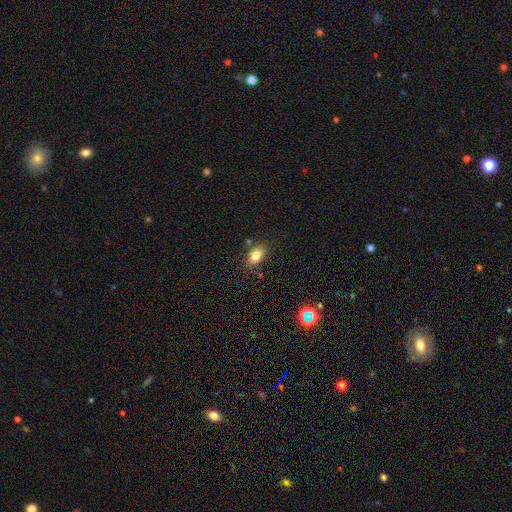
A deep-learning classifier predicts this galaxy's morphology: Smooth or featured: smooth — 81% (star or artifact — 10%)
How rounded: in between — 82% (round — 16%)
Merging: none — 78% (minor disturbance — 13%)